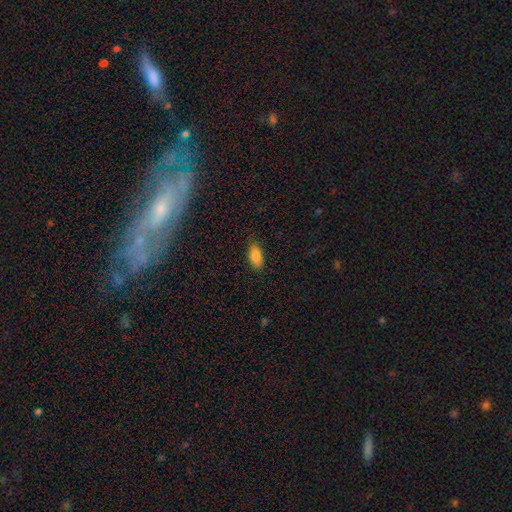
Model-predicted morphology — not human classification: The model was most divided on "merging": none: 84%, minor disturbance: 12%, major disturbance: 3%, merger: 1%. More confident: how rounded — in between (91%); smooth or featured — smooth (85%).